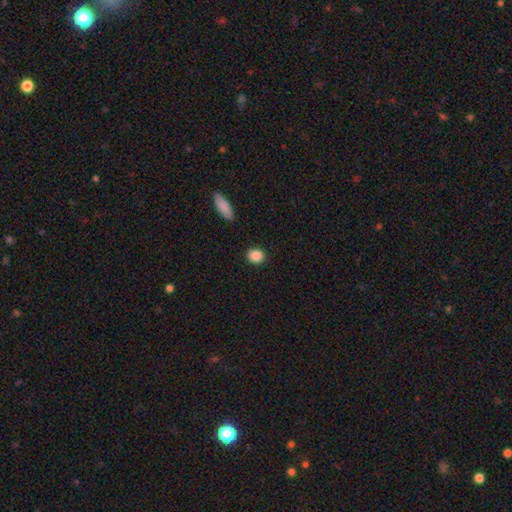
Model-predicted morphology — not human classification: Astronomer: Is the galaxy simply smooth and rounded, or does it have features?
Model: smooth — 88%.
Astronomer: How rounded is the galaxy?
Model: round — 68%.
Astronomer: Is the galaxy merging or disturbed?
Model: none — 89%.